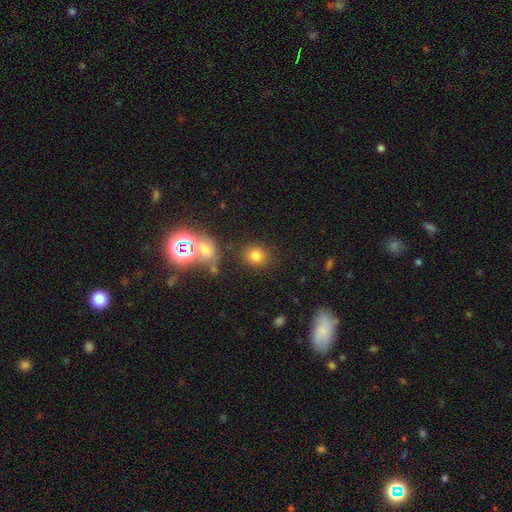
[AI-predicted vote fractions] smooth 76%, star or artifact 17%, featured or disk 8%. Down the decision tree: how rounded — round (75%); merging — none (81%).